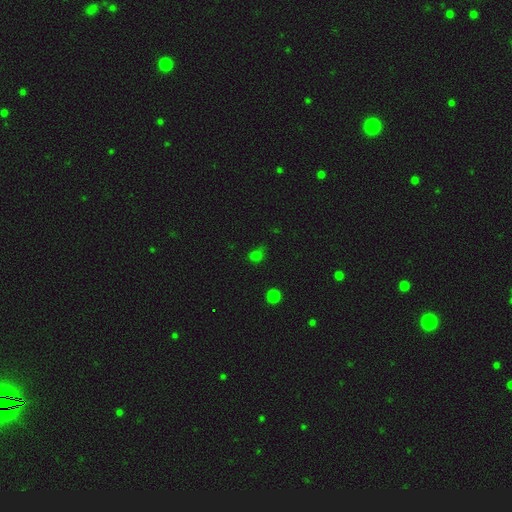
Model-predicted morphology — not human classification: Smooth or featured?
  - smooth: 66% *
  - star or artifact: 28%
  - featured or disk: 5%
How rounded?
  - round: 59% *
  - in between: 39%
  - cigar-shaped: 2%
Merging?
  - none: 62% *
  - minor disturbance: 24%
  - major disturbance: 10%
  - merger: 4%